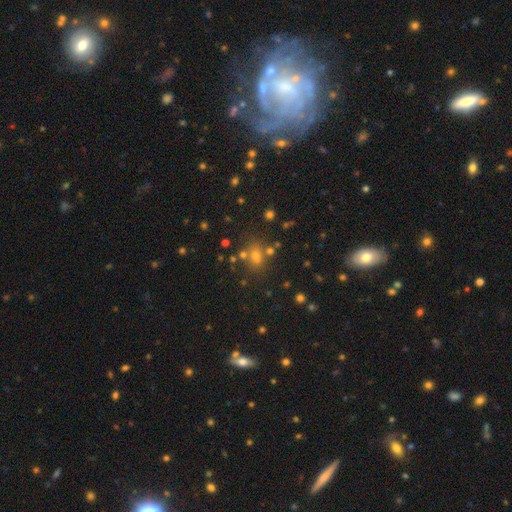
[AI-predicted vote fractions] A smooth galaxy with no disk features (56%) that is in between round and cigar-shaped (52%). Merging: none (65%).